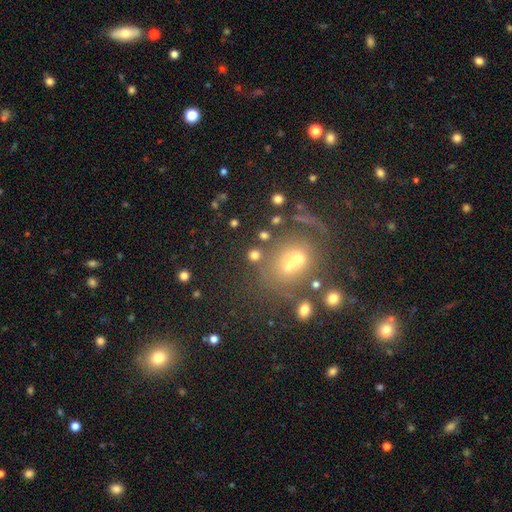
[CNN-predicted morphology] smooth 46%, star or artifact 30%, featured or disk 25%. Down the decision tree: merging — none (47%).